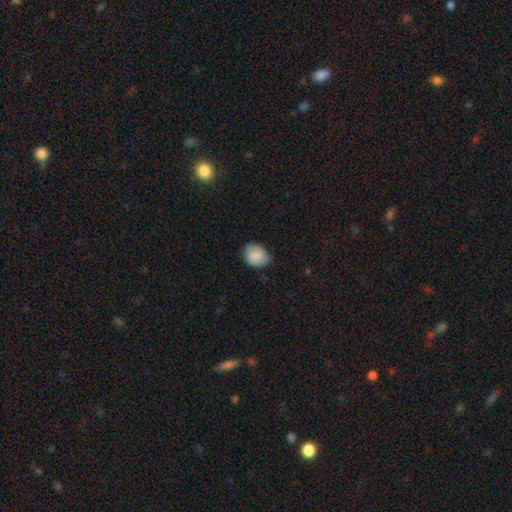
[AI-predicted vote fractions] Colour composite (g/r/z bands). It shows a smooth galaxy with no disk features (87%) that is round (52%). Merging: none (65%).